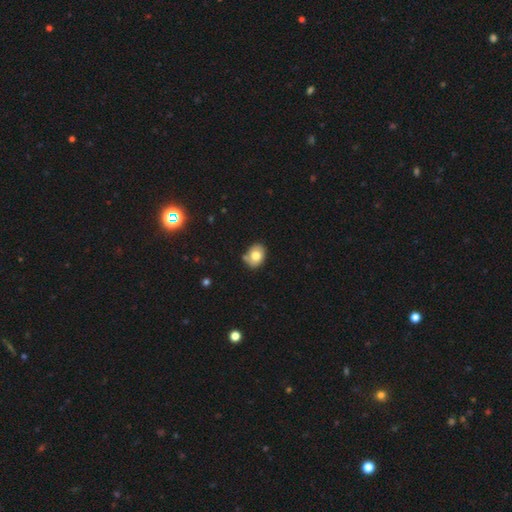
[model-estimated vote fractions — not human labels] smooth 75%, featured or disk 16%, star or artifact 9%. Down the decision tree: how rounded — in between (64%); merging — none (69%).